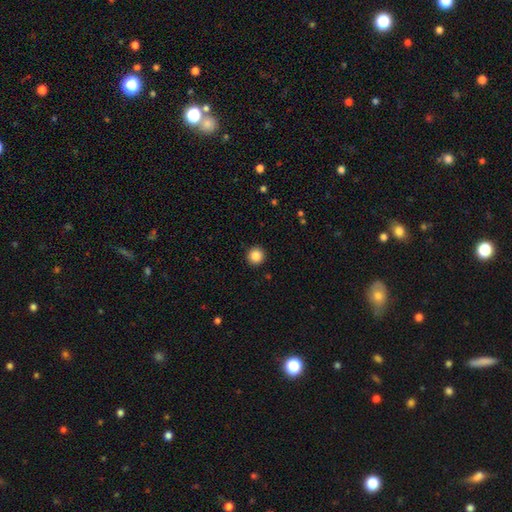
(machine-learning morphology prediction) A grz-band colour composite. It shows a smooth galaxy with no disk features (86%) that is round (95%). Merging: none (93%).